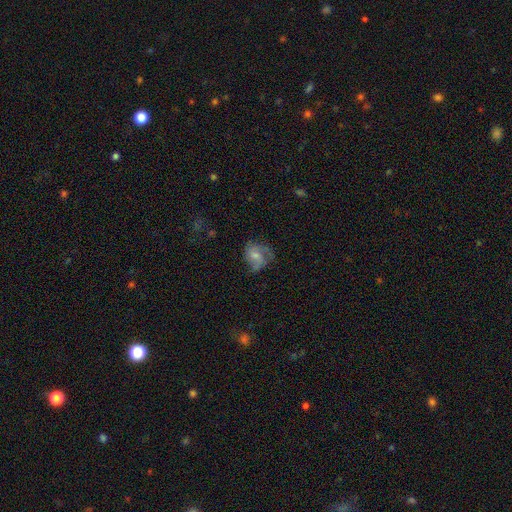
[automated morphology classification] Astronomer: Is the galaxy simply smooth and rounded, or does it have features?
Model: featured or disk — 61%.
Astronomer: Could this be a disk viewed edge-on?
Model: no — 98%.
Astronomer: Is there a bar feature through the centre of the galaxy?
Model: no — 56% (runner-up: weak, 38%).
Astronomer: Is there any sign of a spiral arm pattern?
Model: yes — 87%.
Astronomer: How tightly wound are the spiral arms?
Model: medium — 47% (runner-up: loose, 32%).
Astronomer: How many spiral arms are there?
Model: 2 — 48%.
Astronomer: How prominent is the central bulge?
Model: small — 44% (runner-up: moderate, 37%).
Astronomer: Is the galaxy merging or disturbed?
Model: none — 49% (runner-up: minor disturbance, 26%).